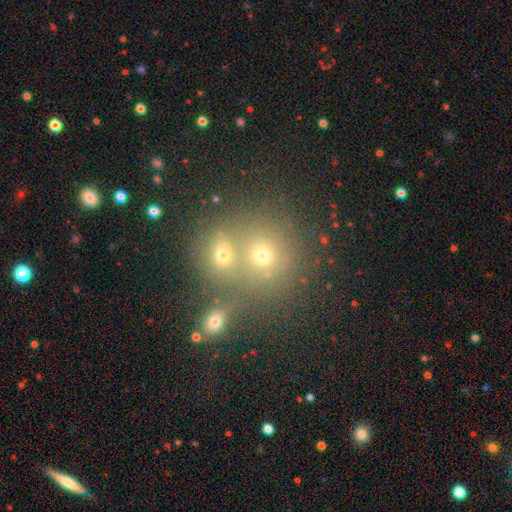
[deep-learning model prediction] Smooth or featured? smooth (53%)
How rounded? round (85%)
Merging? merger (46%)